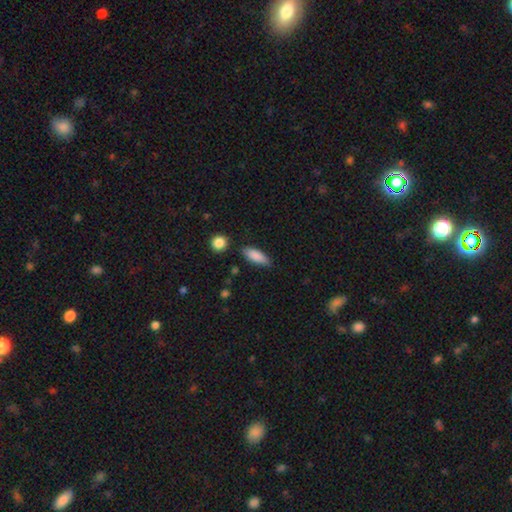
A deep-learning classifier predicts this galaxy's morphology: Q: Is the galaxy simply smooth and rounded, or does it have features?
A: smooth — 86%.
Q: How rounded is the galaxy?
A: in between — 69%.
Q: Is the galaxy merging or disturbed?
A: none — 78%.